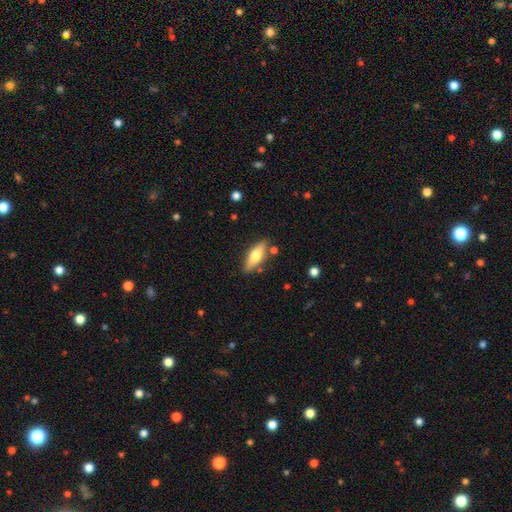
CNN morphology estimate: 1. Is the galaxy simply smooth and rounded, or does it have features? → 59% smooth, 35% featured or disk, 6% star or artifact.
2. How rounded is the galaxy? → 59% in between, 39% cigar-shaped, 3% round.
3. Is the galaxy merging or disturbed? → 81% none, 12% minor disturbance, 5% merger, 3% major disturbance.